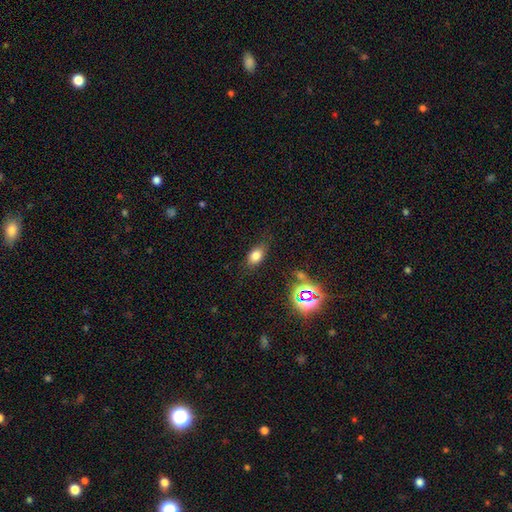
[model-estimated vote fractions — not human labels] Q: Smooth or featured?
A: smooth (74%); runner-up: star or artifact (15%)
Q: How rounded?
A: in between (83%); runner-up: round (13%)
Q: Merging?
A: none (75%); runner-up: minor disturbance (17%)